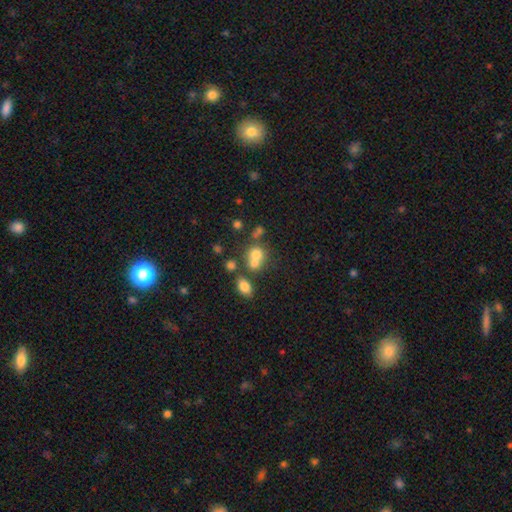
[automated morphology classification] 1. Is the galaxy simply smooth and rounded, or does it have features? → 70% smooth, 15% featured or disk, 15% star or artifact.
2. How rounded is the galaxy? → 72% round, 27% in between, 1% cigar-shaped.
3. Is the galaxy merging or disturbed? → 47% merger, 39% none, 9% minor disturbance, 5% major disturbance.